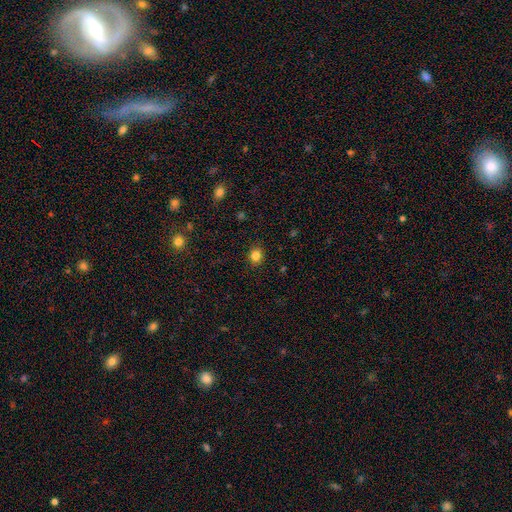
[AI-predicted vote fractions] Morphology: type=smooth (83%); roundness=round (76%); merging=none (90%).